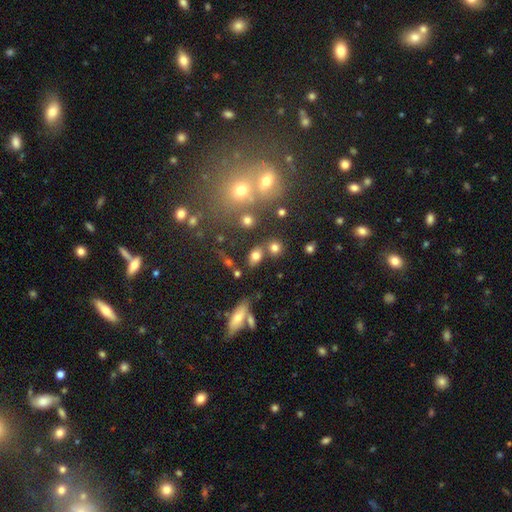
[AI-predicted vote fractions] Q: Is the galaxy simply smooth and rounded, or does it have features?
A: smooth — 75%.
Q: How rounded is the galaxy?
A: in between — 72%.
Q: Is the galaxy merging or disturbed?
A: none — 64%.